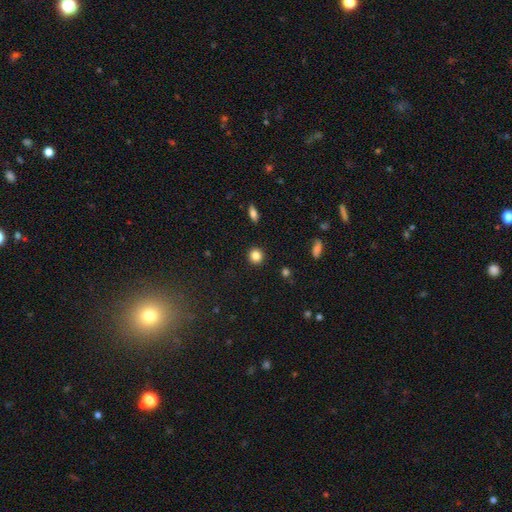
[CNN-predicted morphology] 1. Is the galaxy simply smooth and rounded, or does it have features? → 84% smooth, 11% star or artifact, 5% featured or disk.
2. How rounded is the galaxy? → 91% round, 8% in between, 1% cigar-shaped.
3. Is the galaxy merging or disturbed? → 92% none, 5% minor disturbance, 2% major disturbance, 1% merger.